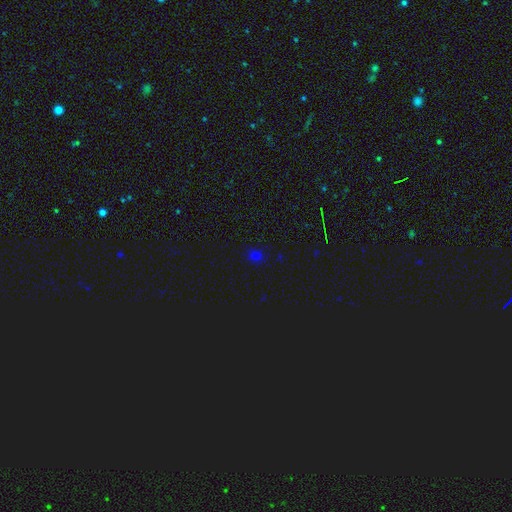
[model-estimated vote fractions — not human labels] This appears to be a smooth galaxy with no disk features (67%) that is round (77%). Merging: none (88%).